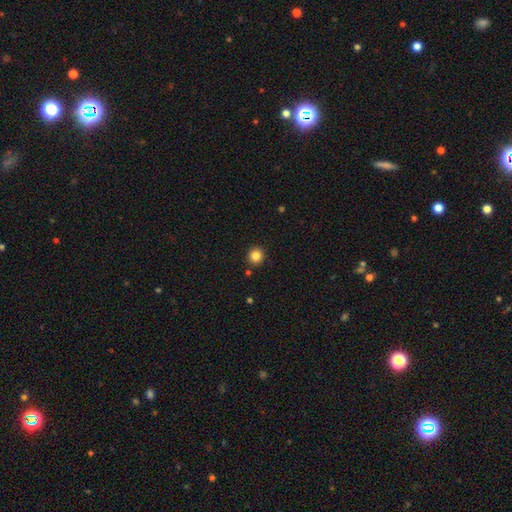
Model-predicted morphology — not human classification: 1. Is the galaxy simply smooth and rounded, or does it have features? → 84% smooth, 12% star or artifact, 5% featured or disk.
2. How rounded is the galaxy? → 92% round, 7% in between, 1% cigar-shaped.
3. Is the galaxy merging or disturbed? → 90% none, 6% minor disturbance, 2% merger, 2% major disturbance.